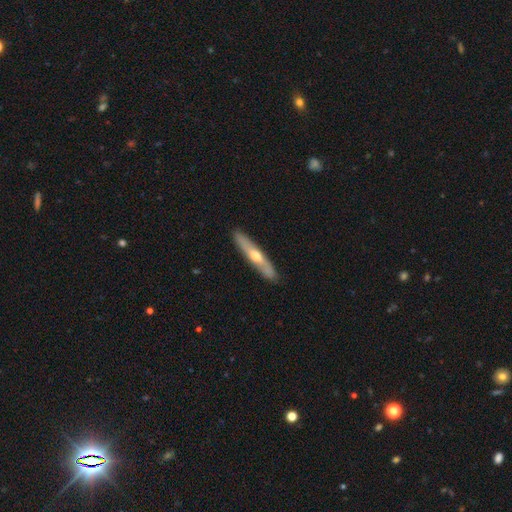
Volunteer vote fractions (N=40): A featured or disk galaxy (57%) viewed edge-on (96%) with a rounded central bulge (91%). Merging: none (92%).